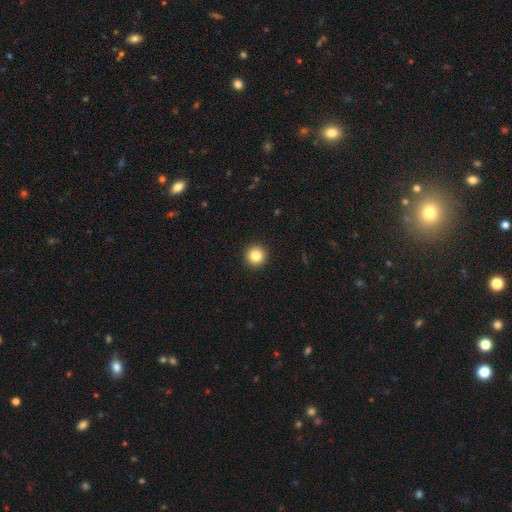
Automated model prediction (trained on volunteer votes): Smooth or featured? Predicted: smooth (p=0.84). How rounded? Predicted: round (p=0.96). Merging? Predicted: none (p=0.94).